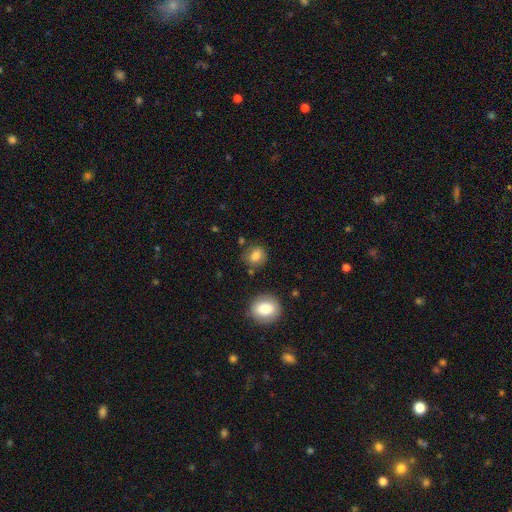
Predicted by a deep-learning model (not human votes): This appears to be a smooth galaxy with no disk features (79%) that is round (72%). Merging: none (75%).